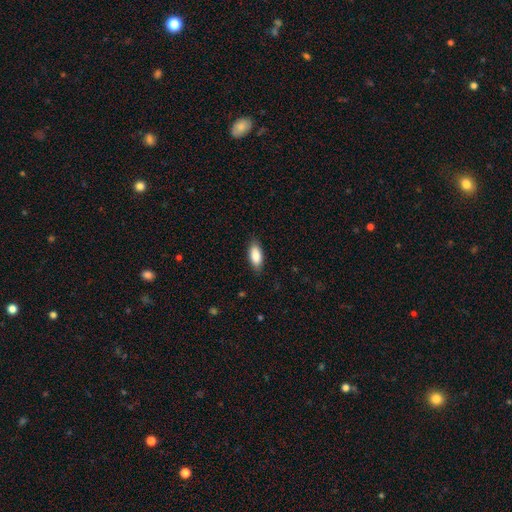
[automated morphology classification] Smooth or featured: smooth — 87% (featured or disk — 7%)
How rounded: in between — 84% (cigar-shaped — 14%)
Merging: none — 85% (minor disturbance — 12%)